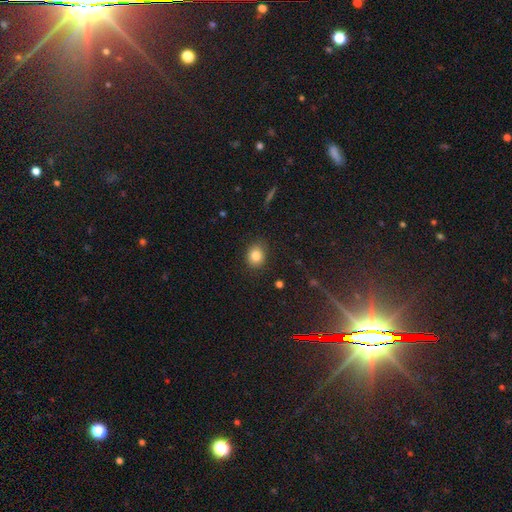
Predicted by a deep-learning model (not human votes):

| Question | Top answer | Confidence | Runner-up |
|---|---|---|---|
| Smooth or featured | smooth | 83% | star or artifact (10%) |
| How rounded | round | 57% | in between (42%) |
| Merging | none | 86% | minor disturbance (10%) |